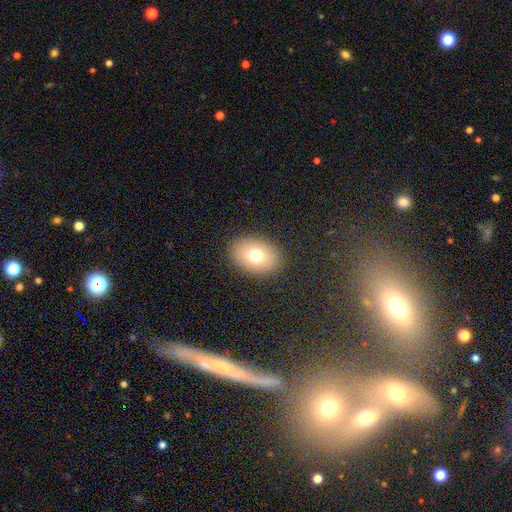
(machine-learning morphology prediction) A smooth galaxy with no disk features (74%) that is in between round and cigar-shaped (78%).

Vote fractions:
- Smooth or featured? smooth: 74% / featured or disk: 16% / star or artifact: 10%
- How rounded? in between: 78% / round: 21% / cigar-shaped: 1%
- Merging? none: 88% / minor disturbance: 8% / major disturbance: 3% / merger: 1%